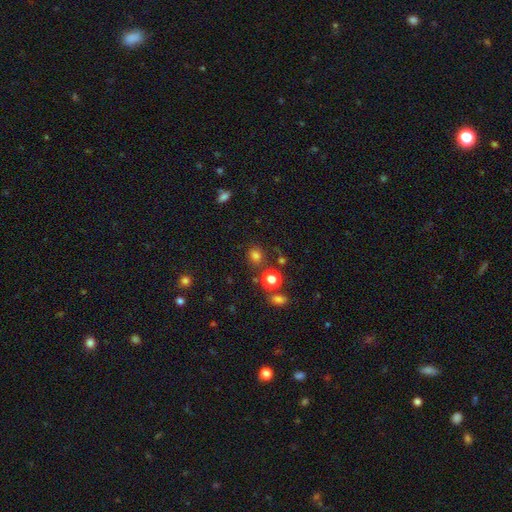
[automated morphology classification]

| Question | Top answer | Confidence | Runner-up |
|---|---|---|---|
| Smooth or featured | smooth | 76% | star or artifact (18%) |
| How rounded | round | 68% | in between (31%) |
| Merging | none | 78% | minor disturbance (11%) |